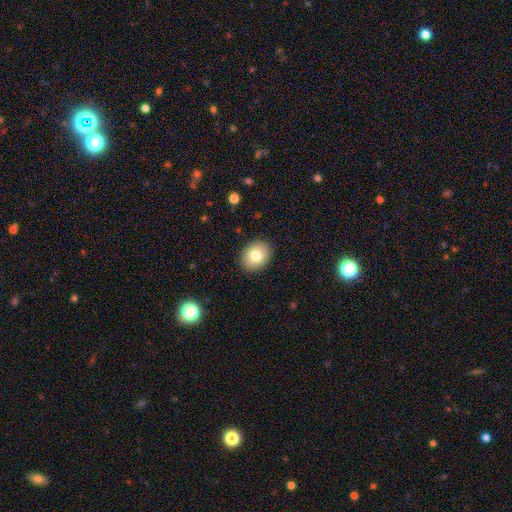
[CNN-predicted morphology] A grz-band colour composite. It shows a smooth galaxy with no disk features (80%) that is in between round and cigar-shaped (55%). Merging: none (89%).